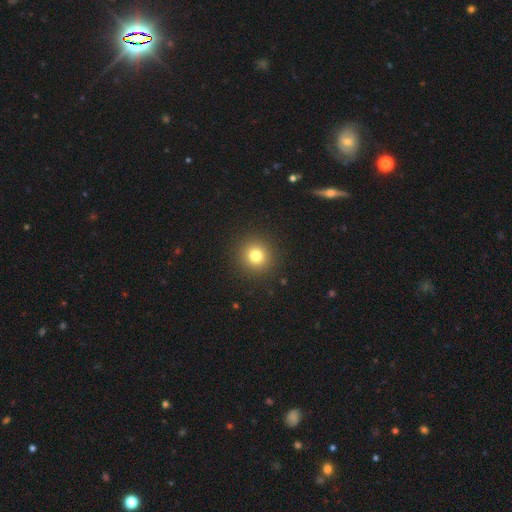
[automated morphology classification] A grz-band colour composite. It shows a smooth galaxy with no disk features (78%) that is round (94%). Merging: none (92%).